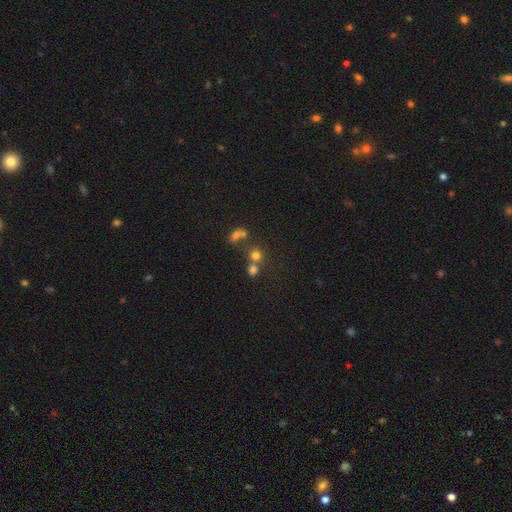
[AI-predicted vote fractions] smooth_or_featured: smooth (p=0.69) [alt: star or artifact p=0.20]
how_rounded: round (p=0.85) [alt: in between p=0.14]
merging: none (p=0.51) [alt: merger p=0.37]